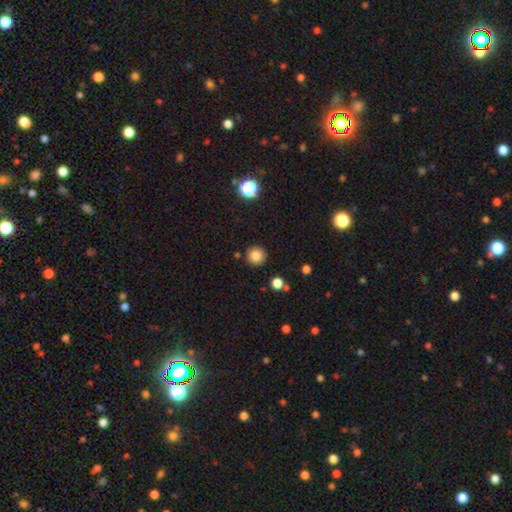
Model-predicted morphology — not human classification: Smooth or featured?
  - smooth: 84% *
  - star or artifact: 11%
  - featured or disk: 5%
How rounded?
  - round: 95% *
  - in between: 4%
  - cigar-shaped: 1%
Merging?
  - none: 89% *
  - minor disturbance: 6%
  - merger: 3%
  - major disturbance: 2%